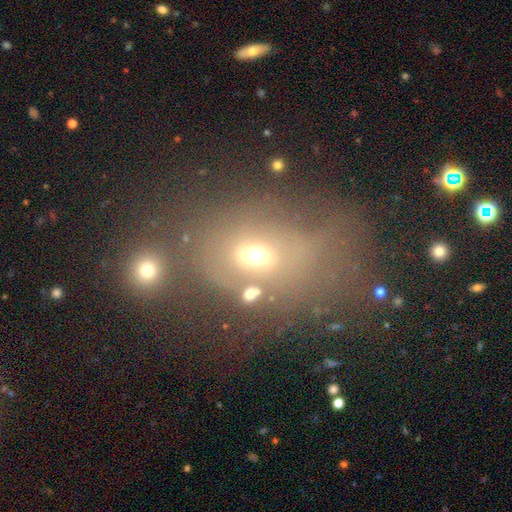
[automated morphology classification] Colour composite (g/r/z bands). It shows a smooth galaxy with no disk features (51%) that is in between round and cigar-shaped (62%). Merging: none (37%).